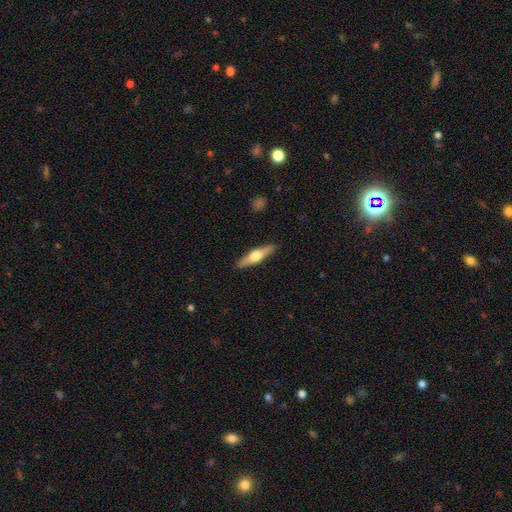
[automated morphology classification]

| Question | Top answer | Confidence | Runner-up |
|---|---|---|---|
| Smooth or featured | featured or disk | 57% | smooth (37%) |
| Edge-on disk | yes | 95% | no (5%) |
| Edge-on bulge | rounded | 94% | boxy (4%) |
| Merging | none | 90% | minor disturbance (8%) |